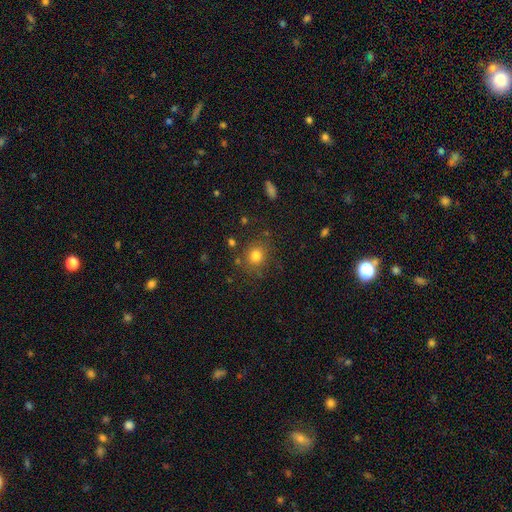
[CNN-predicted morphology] A smooth galaxy with no disk features (78%) that is round (83%).

Vote fractions:
- Smooth or featured? smooth: 78% / star or artifact: 14% / featured or disk: 7%
- How rounded? round: 83% / in between: 16% / cigar-shaped: 1%
- Merging? none: 80% / minor disturbance: 11% / major disturbance: 4% / merger: 4%